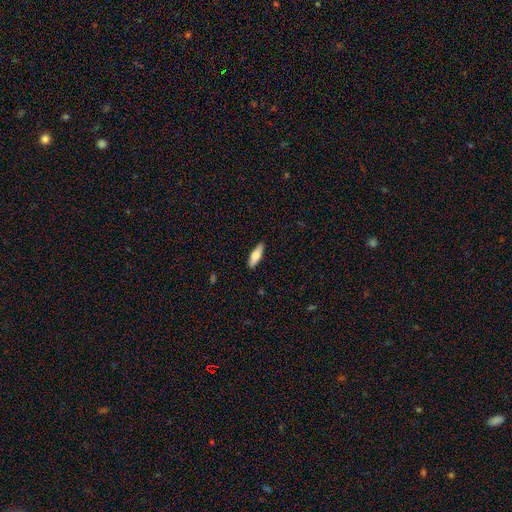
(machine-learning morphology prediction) A smooth galaxy with no disk features (69%) that is in between round and cigar-shaped (56%). Merging: none (89%).